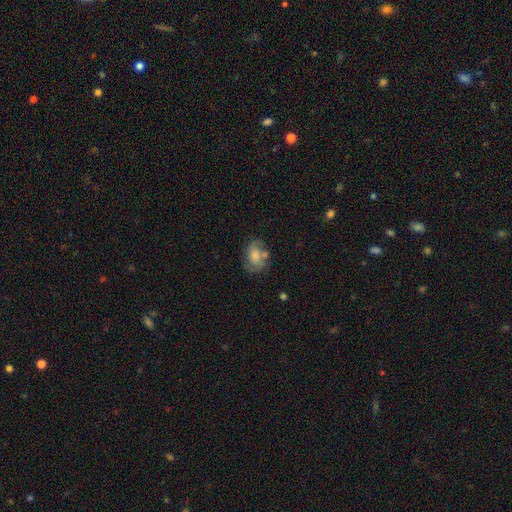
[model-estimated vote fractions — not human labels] Smooth or featured? Predicted: smooth (p=0.49). Merging? Predicted: none (p=0.49).